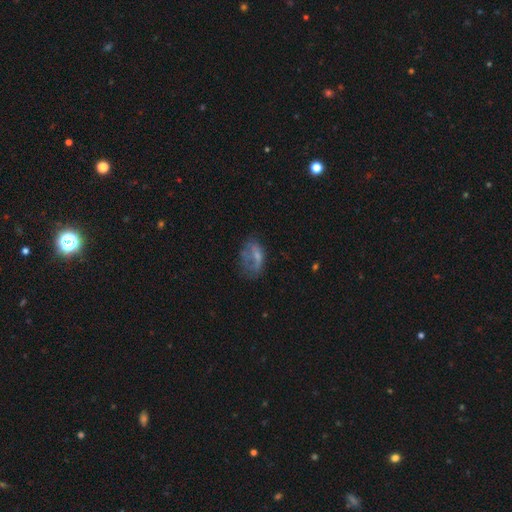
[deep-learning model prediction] Smooth or featured?
  - smooth: 51% *
  - featured or disk: 38%
  - star or artifact: 11%
How rounded?
  - in between: 85% *
  - round: 11%
  - cigar-shaped: 4%
Merging?
  - major disturbance: 37% *
  - none: 32%
  - minor disturbance: 27%
  - merger: 4%